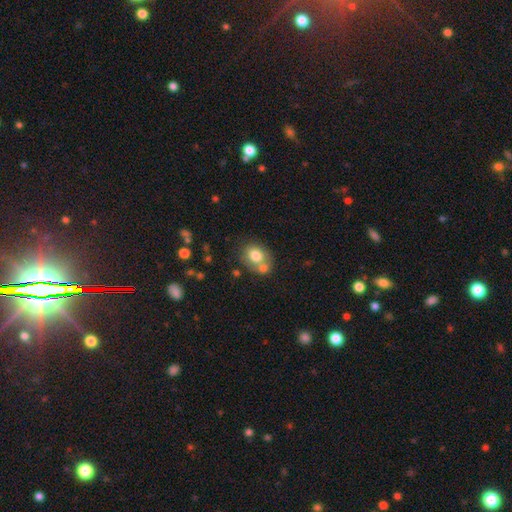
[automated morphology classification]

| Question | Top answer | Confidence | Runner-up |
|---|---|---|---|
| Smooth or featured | smooth | 76% | featured or disk (15%) |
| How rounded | round | 56% | in between (43%) |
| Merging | none | 45% | merger (37%) |